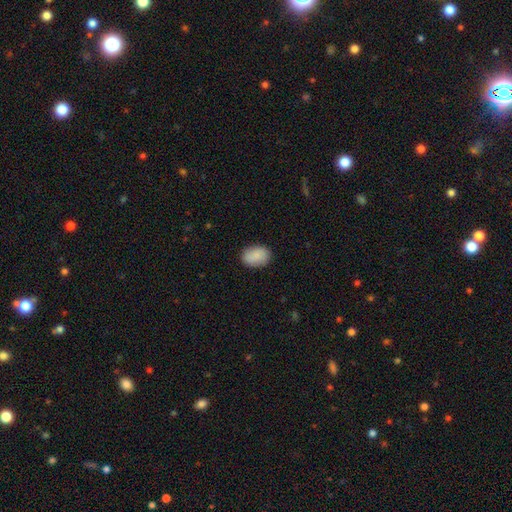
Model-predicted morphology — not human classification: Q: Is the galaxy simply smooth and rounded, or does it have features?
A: smooth — 89%.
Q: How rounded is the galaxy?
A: in between — 81%.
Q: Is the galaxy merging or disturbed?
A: none — 86%.